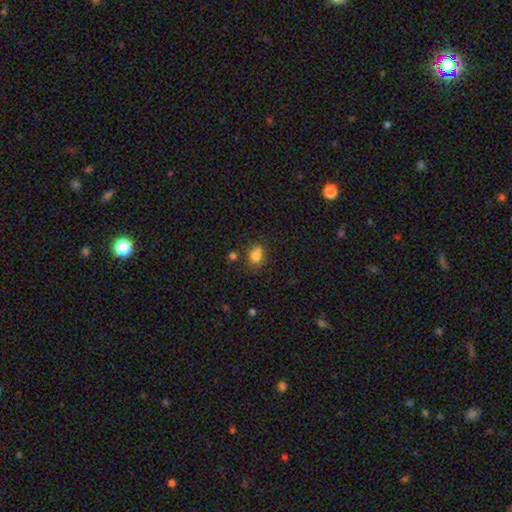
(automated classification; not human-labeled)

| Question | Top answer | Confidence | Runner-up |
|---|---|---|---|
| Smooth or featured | smooth | 77% | star or artifact (13%) |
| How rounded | round | 50% | in between (49%) |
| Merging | none | 51% | merger (25%) |